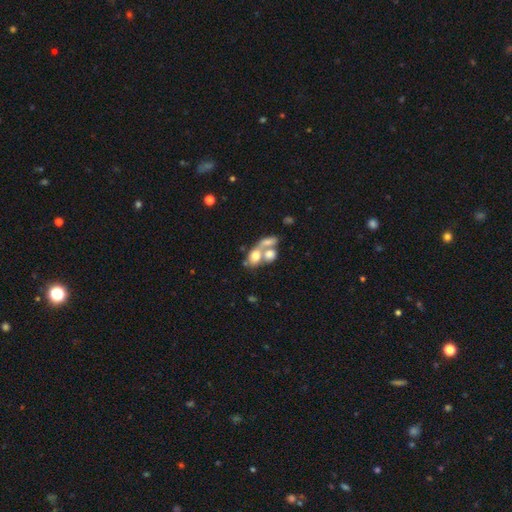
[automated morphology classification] smooth_or_featured: smooth (p=0.62) [alt: featured or disk p=0.27]
how_rounded: in between (p=0.59) [alt: round p=0.38]
merging: merger (p=0.67) [alt: none p=0.19]